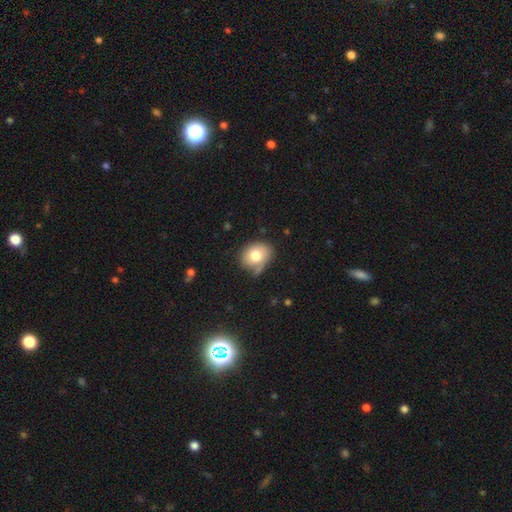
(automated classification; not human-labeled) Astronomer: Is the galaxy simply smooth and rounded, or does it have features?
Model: smooth — 77%.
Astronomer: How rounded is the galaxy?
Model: in between — 51% (runner-up: round, 48%).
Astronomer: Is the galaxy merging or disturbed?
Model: none — 61%.